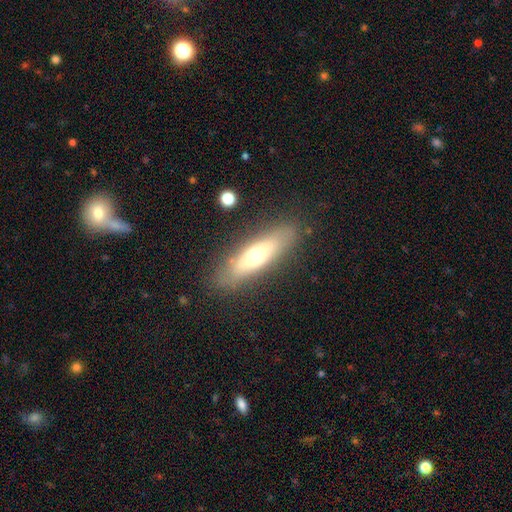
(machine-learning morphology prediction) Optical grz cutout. It shows a smooth galaxy with no disk features (53%) that is cigar-shaped (59%). Merging: none (82%).